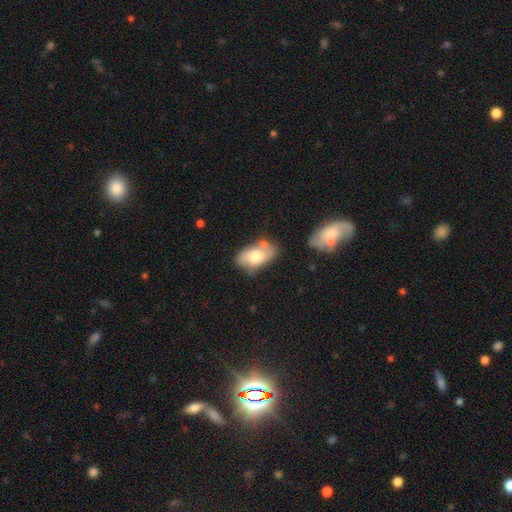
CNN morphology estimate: A smooth galaxy with no disk features (50%).

Vote fractions:
- Smooth or featured? smooth: 50% / featured or disk: 43% / star or artifact: 7%
- Merging? none: 52% / minor disturbance: 27% / merger: 11% / major disturbance: 9%